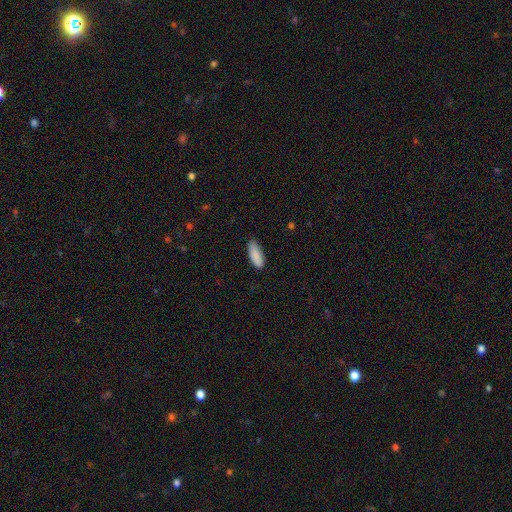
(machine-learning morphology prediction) Smooth or featured? Predicted: smooth (p=0.89). How rounded? Predicted: in between (p=0.75). Merging? Predicted: none (p=0.81).